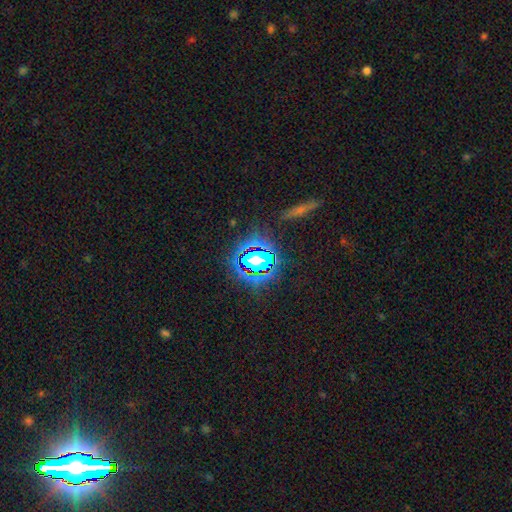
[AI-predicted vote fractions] Overall: star or artifact (76%).